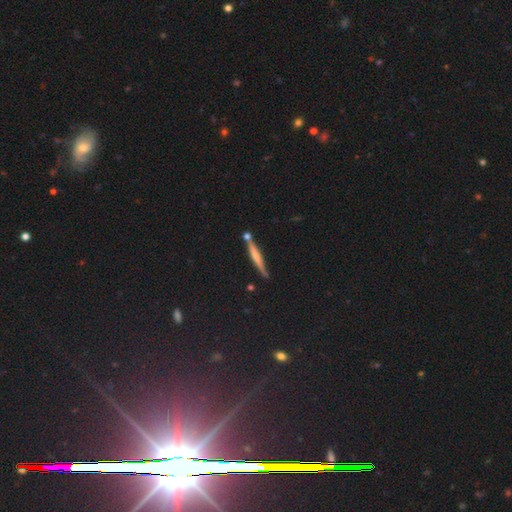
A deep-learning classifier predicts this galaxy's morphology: Smooth or featured? featured or disk (50%)
Edge-on disk? yes (95%)
Merging? none (77%)